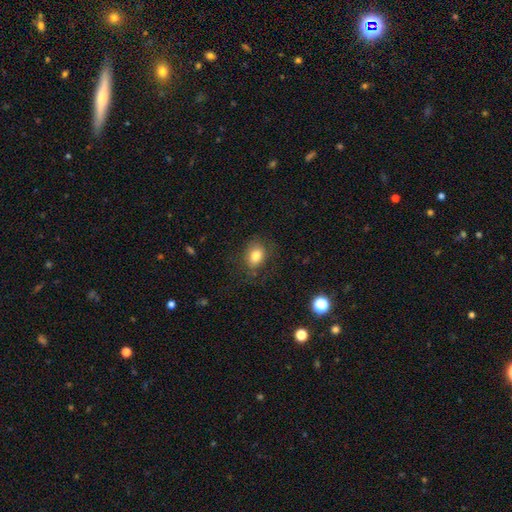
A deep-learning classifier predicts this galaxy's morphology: Smooth or featured: smooth — 79% (featured or disk — 11%)
How rounded: in between — 67% (round — 32%)
Merging: none — 72% (minor disturbance — 18%)